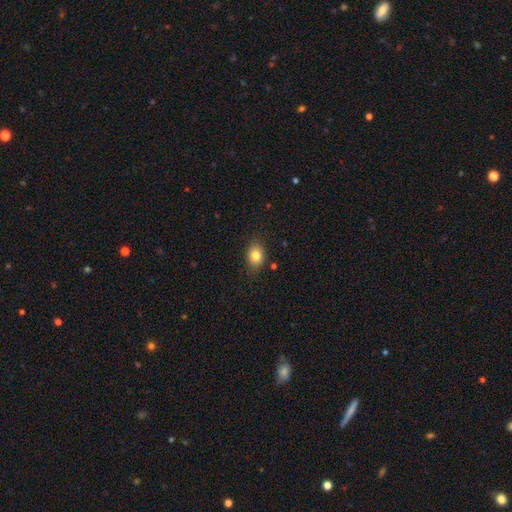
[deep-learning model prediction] Q: Smooth or featured?
A: smooth (82%); runner-up: star or artifact (10%)
Q: How rounded?
A: in between (66%); runner-up: round (33%)
Q: Merging?
A: none (83%); runner-up: minor disturbance (13%)